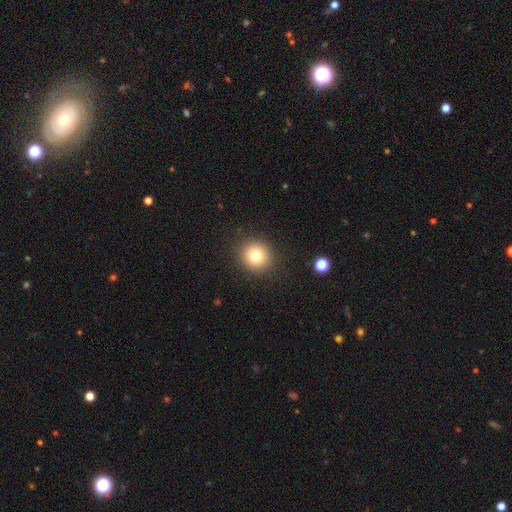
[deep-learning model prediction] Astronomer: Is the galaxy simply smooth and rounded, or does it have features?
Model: smooth — 78%.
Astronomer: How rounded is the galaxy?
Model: round — 91%.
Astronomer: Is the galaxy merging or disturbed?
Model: none — 90%.